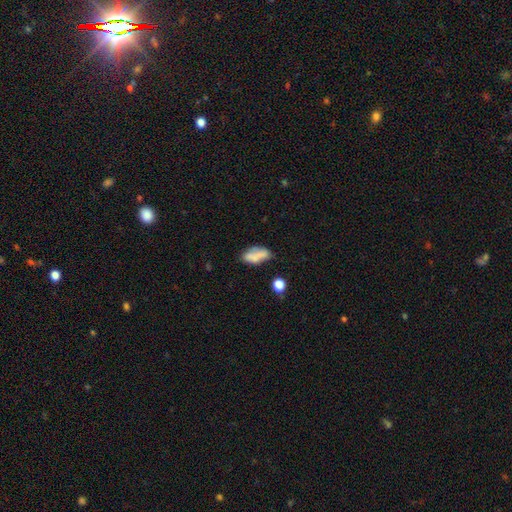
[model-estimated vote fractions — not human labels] Q: Smooth or featured?
A: smooth (68%); runner-up: featured or disk (23%)
Q: How rounded?
A: in between (83%); runner-up: cigar-shaped (13%)
Q: Merging?
A: none (50%); runner-up: minor disturbance (26%)